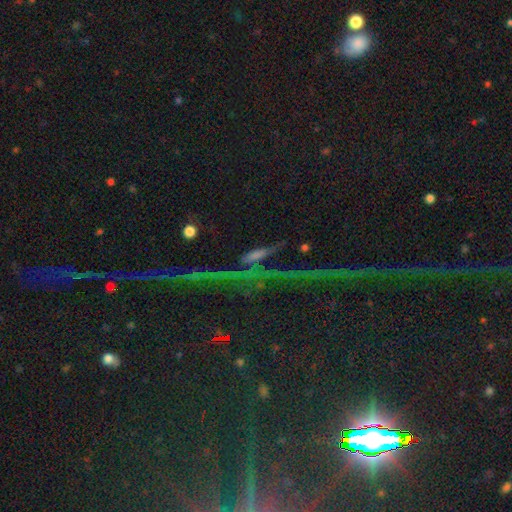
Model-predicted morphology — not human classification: The model was most divided on "smooth or featured": star or artifact: 46%, featured or disk: 32%, smooth: 21%.